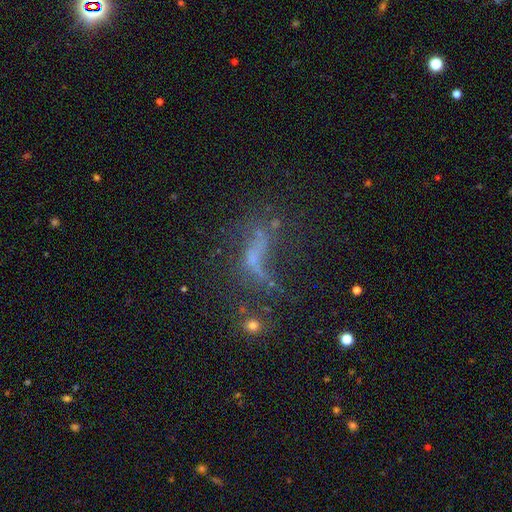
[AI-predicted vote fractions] smooth_or_featured: featured or disk (p=0.50) [alt: star or artifact p=0.26]
disk_edge_on: no (p=0.82) [alt: yes p=0.18]
merging: none (p=0.36) [alt: major disturbance p=0.35]